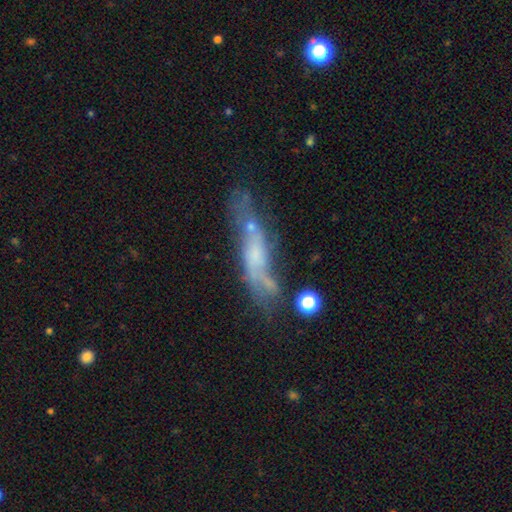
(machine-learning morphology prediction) smooth_or_featured: featured or disk (p=0.56) [alt: smooth p=0.32]
disk_edge_on: no (p=0.55) [alt: yes p=0.45]
merging: none (p=0.42) [alt: minor disturbance p=0.24]